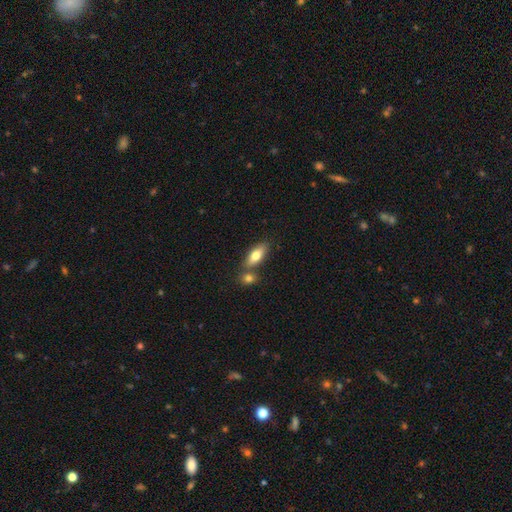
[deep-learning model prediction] Smooth or featured?
  - smooth: 76% *
  - featured or disk: 17%
  - star or artifact: 6%
How rounded?
  - in between: 78% *
  - cigar-shaped: 18%
  - round: 4%
Merging?
  - none: 57% *
  - merger: 30%
  - minor disturbance: 10%
  - major disturbance: 3%